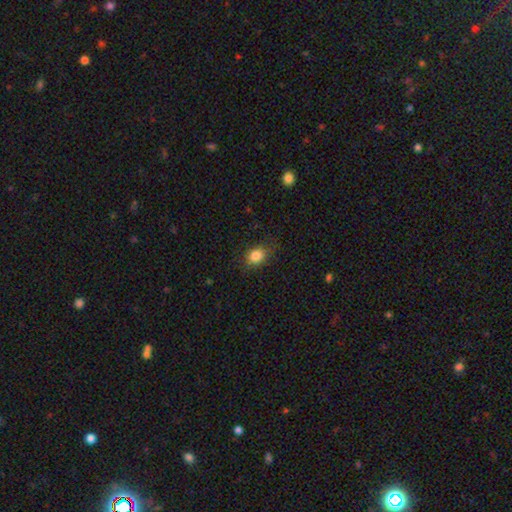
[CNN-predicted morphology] A smooth galaxy with no disk features (84%) that is in between round and cigar-shaped (57%).

Vote fractions:
- Smooth or featured? smooth: 84% / star or artifact: 10% / featured or disk: 6%
- How rounded? in between: 57% / round: 41% / cigar-shaped: 1%
- Merging? none: 79% / minor disturbance: 15% / major disturbance: 4% / merger: 1%